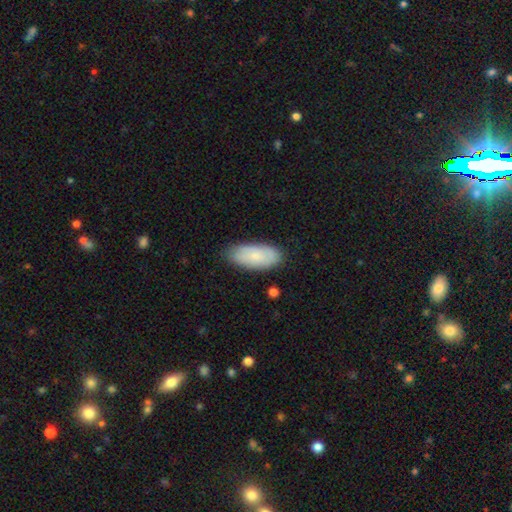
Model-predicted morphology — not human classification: Smooth or featured: smooth — 76% (featured or disk — 17%)
How rounded: in between — 89% (cigar-shaped — 8%)
Merging: none — 81% (minor disturbance — 15%)